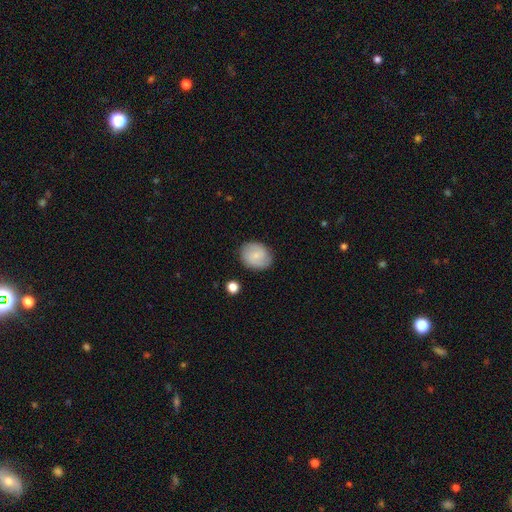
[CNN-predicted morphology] Smooth or featured? Predicted: smooth (p=0.55). How rounded? Predicted: round (p=0.57). Merging? Predicted: none (p=0.82).